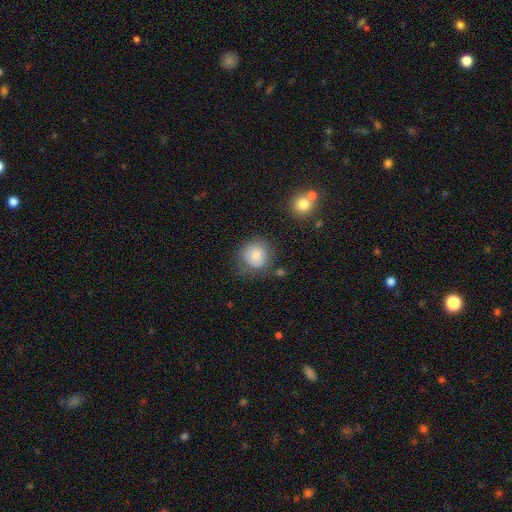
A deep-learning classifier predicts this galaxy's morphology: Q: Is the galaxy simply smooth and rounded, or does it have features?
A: smooth — 79%.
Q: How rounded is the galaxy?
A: round — 88%.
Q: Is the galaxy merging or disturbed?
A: none — 69%.